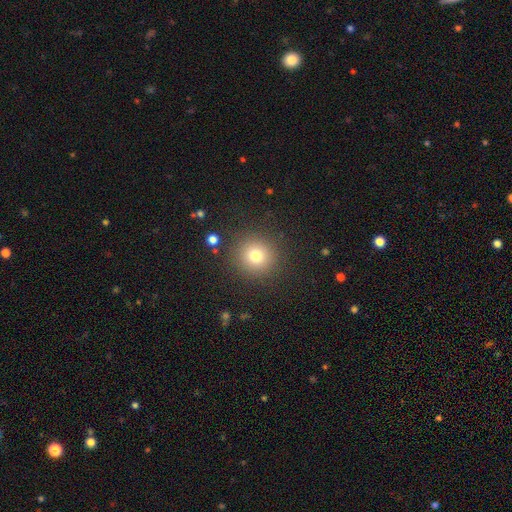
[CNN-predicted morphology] Overall: smooth (76%). How rounded: round (94%). Merging: none (88%).